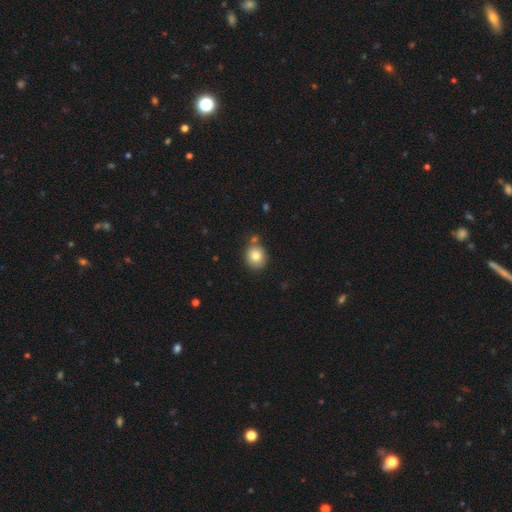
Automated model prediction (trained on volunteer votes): Smooth or featured?
  - smooth: 80% *
  - featured or disk: 10%
  - star or artifact: 10%
How rounded?
  - round: 75% *
  - in between: 24%
  - cigar-shaped: 1%
Merging?
  - none: 74% *
  - minor disturbance: 12%
  - merger: 11%
  - major disturbance: 3%